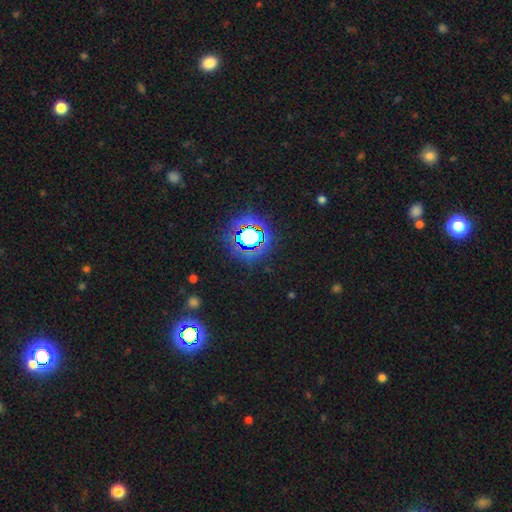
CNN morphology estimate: Smooth or featured: star or artifact — 81% (smooth — 12%)